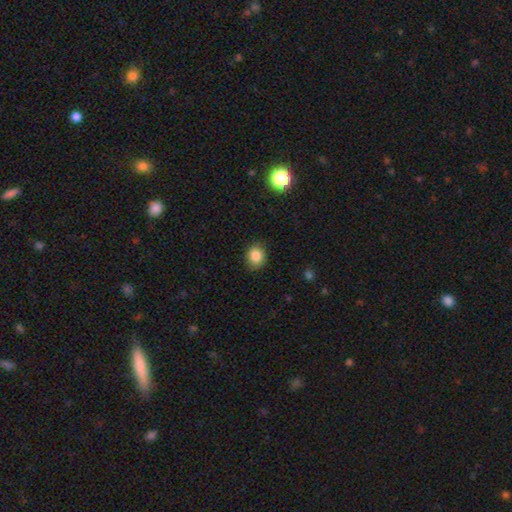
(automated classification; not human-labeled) Overall: smooth (85%). How rounded: round (65%; in between 34%). Merging: none (85%).